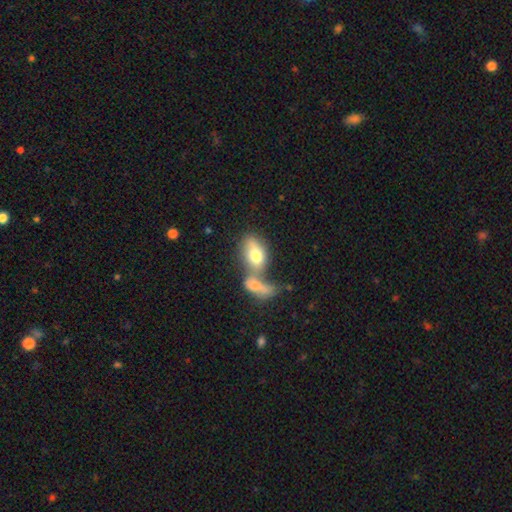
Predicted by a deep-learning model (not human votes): The model was most divided on "merging": merger: 59%, none: 24%, minor disturbance: 9%, major disturbance: 8%. More confident: how rounded — in between (84%); smooth or featured — smooth (70%).